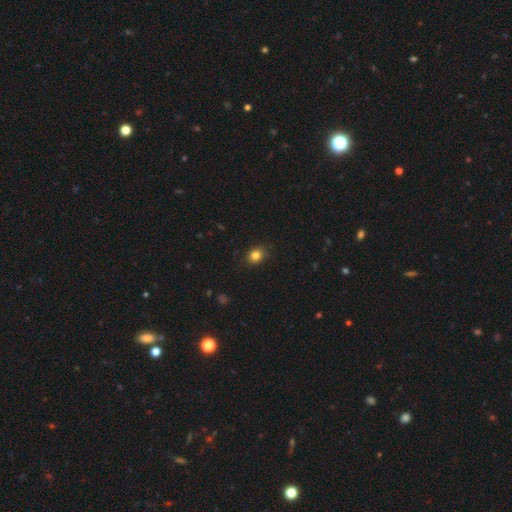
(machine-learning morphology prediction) Overall: smooth (83%). How rounded: round (67%; in between 32%). Merging: none (86%).